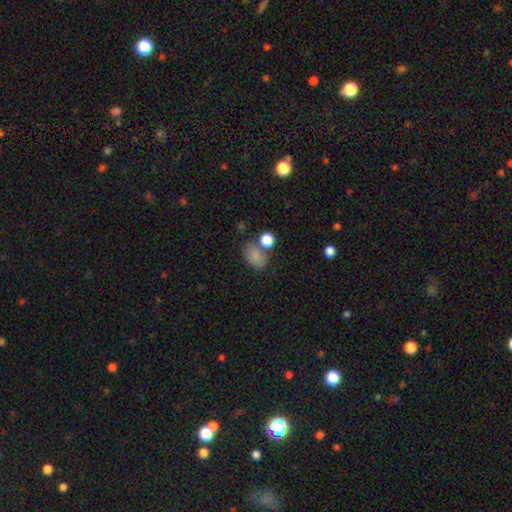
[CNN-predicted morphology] The model was most divided on "merging": none: 56%, merger: 21%, minor disturbance: 16%, major disturbance: 7%. More confident: smooth or featured — smooth (81%); how rounded — in between (80%).